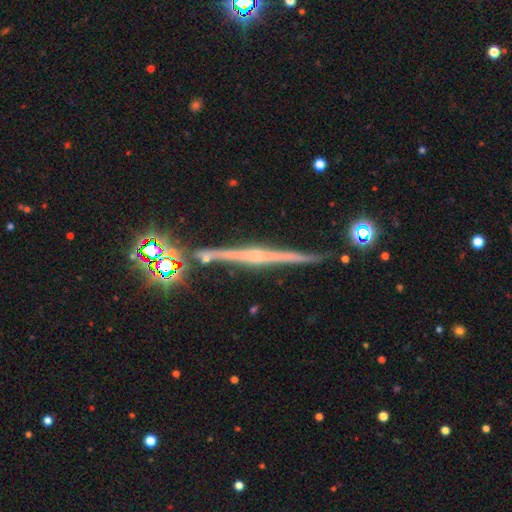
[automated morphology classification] type=featured or disk (78%); edge-on=yes (98%); edge-on bulge=rounded (65%); merging=none (88%).